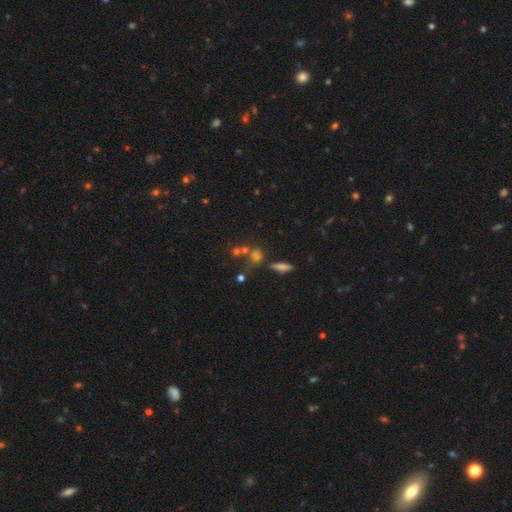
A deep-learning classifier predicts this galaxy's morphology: This is possibly a smooth galaxy (55%). How rounded: possibly round (54%). Merging: possibly none (53%).